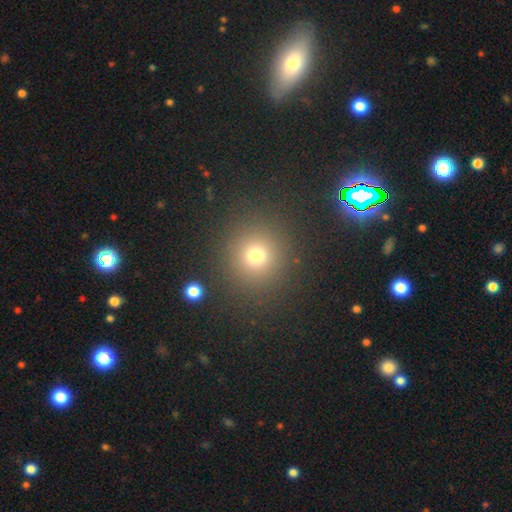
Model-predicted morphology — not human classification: type=smooth (72%); roundness=round (90%); merging=none (86%).